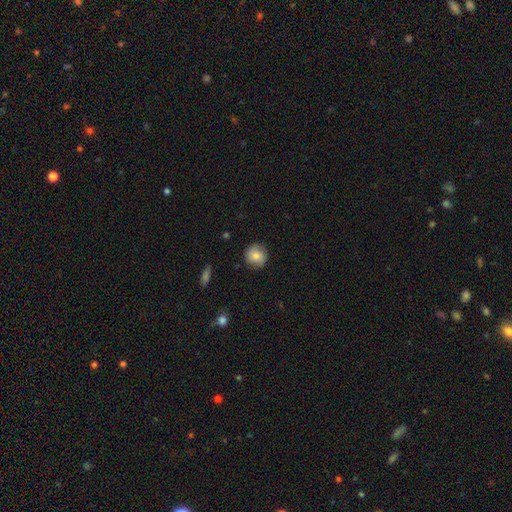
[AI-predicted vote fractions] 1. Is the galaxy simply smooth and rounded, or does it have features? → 74% smooth, 18% featured or disk, 8% star or artifact.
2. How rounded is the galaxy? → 90% round, 9% in between, 1% cigar-shaped.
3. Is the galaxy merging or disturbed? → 82% none, 14% minor disturbance, 3% major disturbance, 1% merger.